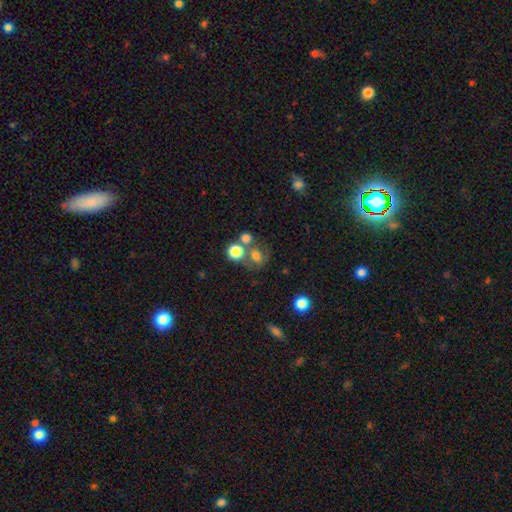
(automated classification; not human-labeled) Smooth or featured?
  - smooth: 67% *
  - star or artifact: 17%
  - featured or disk: 16%
How rounded?
  - round: 64% *
  - in between: 35%
  - cigar-shaped: 1%
Merging?
  - none: 48% *
  - merger: 32%
  - minor disturbance: 12%
  - major disturbance: 8%